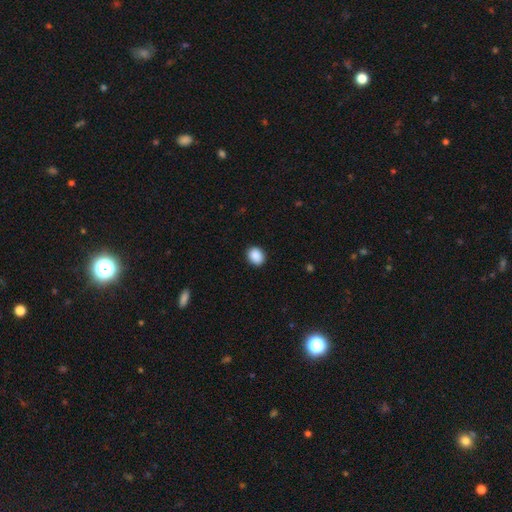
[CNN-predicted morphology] Smooth or featured?
  - smooth: 90% *
  - star or artifact: 8%
  - featured or disk: 2%
How rounded?
  - round: 57% *
  - in between: 42%
  - cigar-shaped: 1%
Merging?
  - none: 90% *
  - minor disturbance: 7%
  - major disturbance: 2%
  - merger: 1%